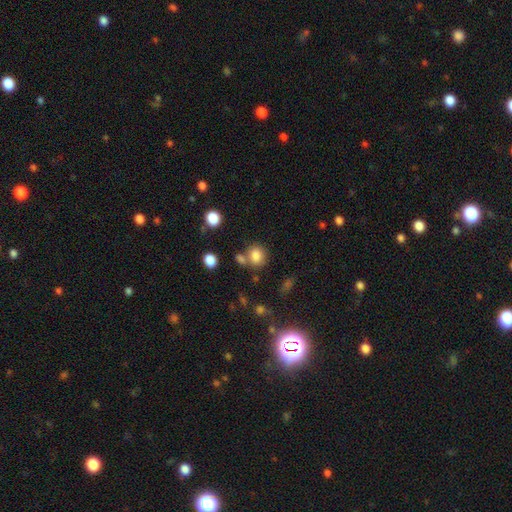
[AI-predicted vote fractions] Morphology: type=smooth (81%); roundness=round (70%); merging=none (64%).